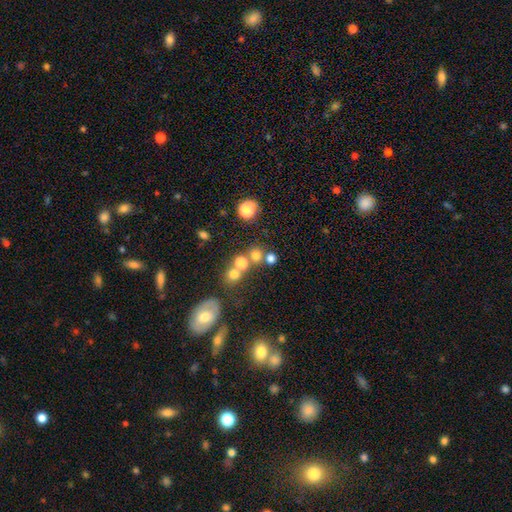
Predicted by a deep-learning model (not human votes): Smooth or featured? Predicted: smooth (p=0.70). How rounded? Predicted: round (p=0.85). Merging? Predicted: none (p=0.56).